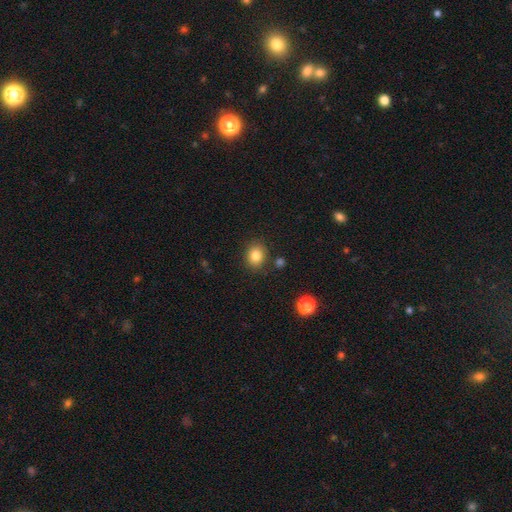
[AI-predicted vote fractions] Overall: smooth (84%). How rounded: round (66%; in between 33%). Merging: none (84%).